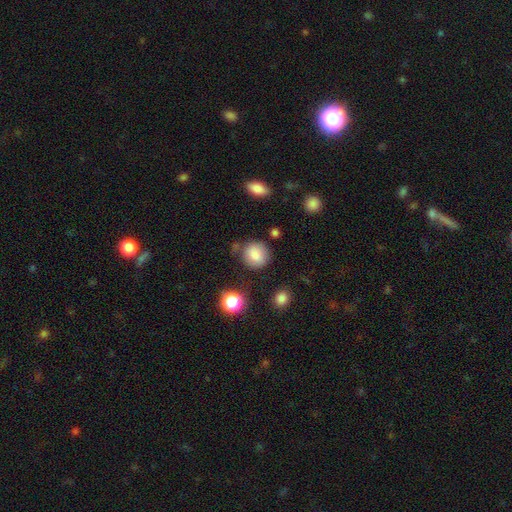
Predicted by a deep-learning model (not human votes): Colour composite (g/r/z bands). It shows a smooth galaxy with no disk features (82%) that is round (84%). Merging: none (77%).